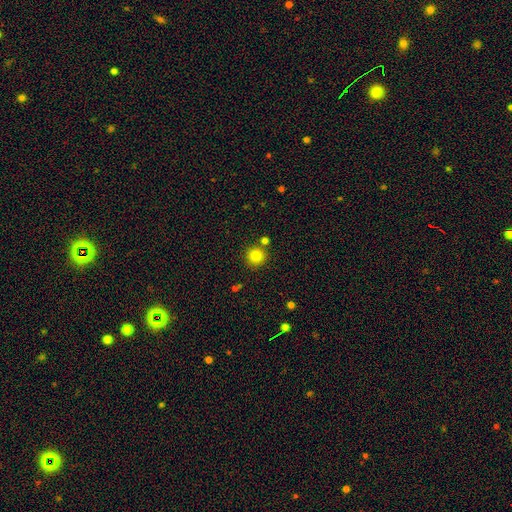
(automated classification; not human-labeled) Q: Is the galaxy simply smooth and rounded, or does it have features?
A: smooth — 82%.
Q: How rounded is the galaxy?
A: round — 94%.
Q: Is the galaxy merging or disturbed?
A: none — 82%.